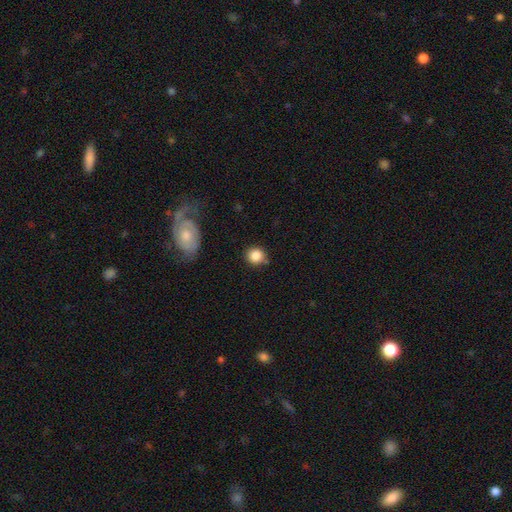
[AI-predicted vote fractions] This is clearly a smooth galaxy (85%). How rounded: clearly round (86%). Merging: likely none (75%).